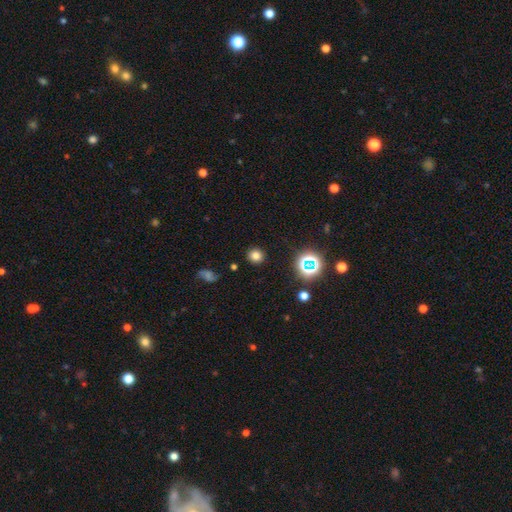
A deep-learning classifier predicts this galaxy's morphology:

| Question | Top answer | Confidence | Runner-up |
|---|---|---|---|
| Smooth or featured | smooth | 76% | star or artifact (18%) |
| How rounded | round | 89% | in between (10%) |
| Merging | none | 90% | minor disturbance (6%) |